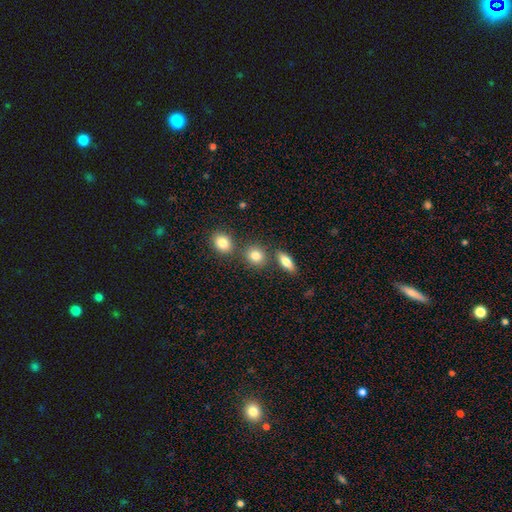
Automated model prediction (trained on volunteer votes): A smooth galaxy with no disk features (82%) that is round (73%). Merging: none (73%).